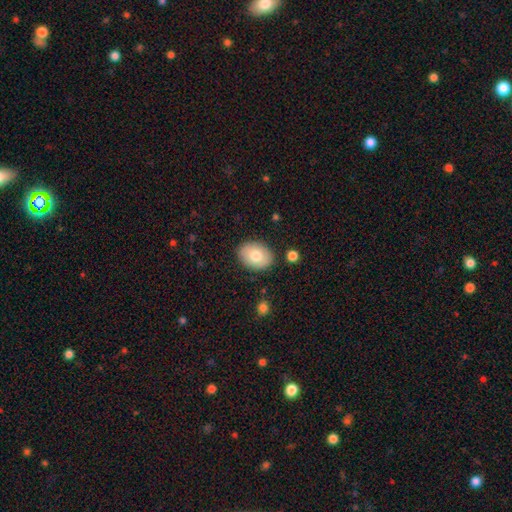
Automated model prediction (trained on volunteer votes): smooth 76%, featured or disk 18%, star or artifact 6%. Down the decision tree: how rounded — in between (76%); merging — none (86%).